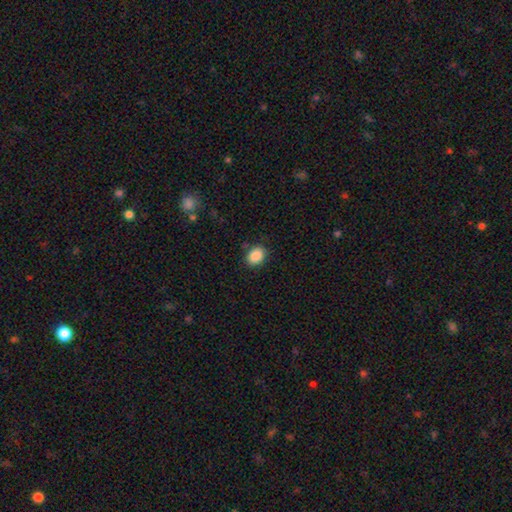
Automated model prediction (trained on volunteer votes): Smooth or featured? smooth (88%)
How rounded? in between (70%)
Merging? none (84%)